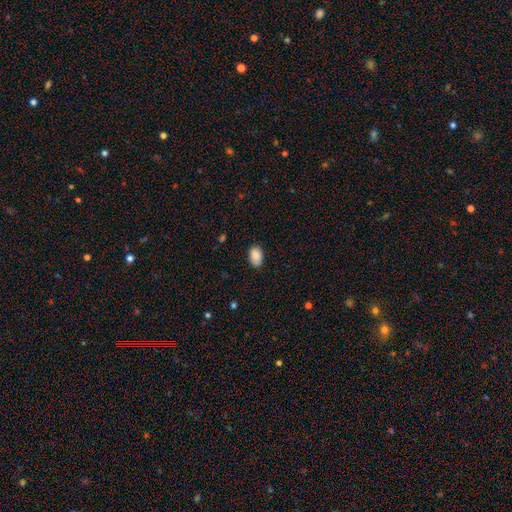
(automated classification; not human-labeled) Smooth or featured? Predicted: smooth (p=0.88). How rounded? Predicted: in between (p=0.89). Merging? Predicted: none (p=0.80).